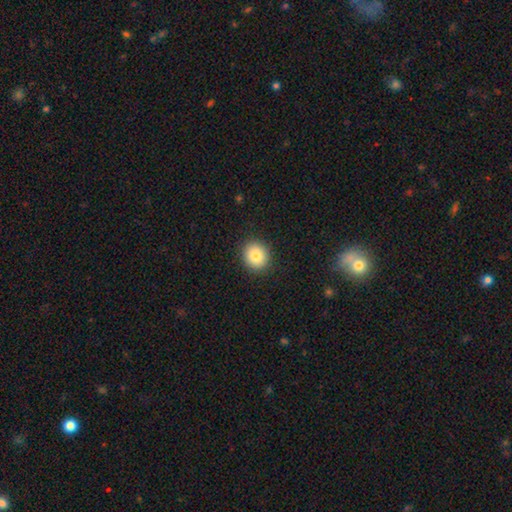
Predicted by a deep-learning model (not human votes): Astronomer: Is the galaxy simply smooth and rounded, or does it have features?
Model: smooth — 84%.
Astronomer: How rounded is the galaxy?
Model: round — 78%.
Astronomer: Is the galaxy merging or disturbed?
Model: none — 91%.